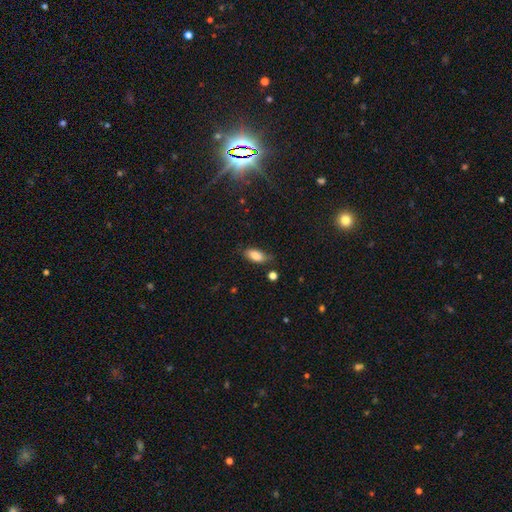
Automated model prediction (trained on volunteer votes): smooth 83%, featured or disk 9%, star or artifact 8%. Down the decision tree: how rounded — in between (88%); merging — none (62%).